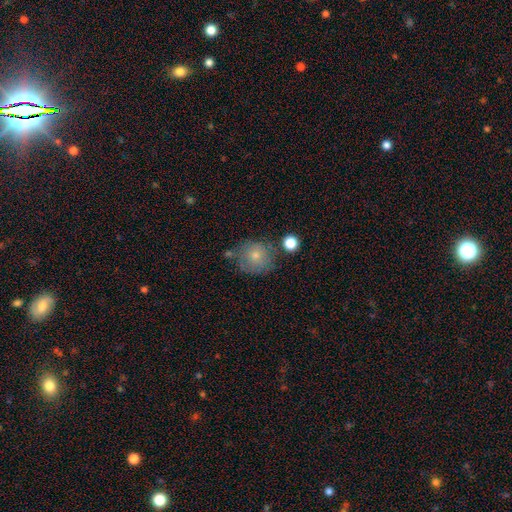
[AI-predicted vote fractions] smooth-or-featured: smooth: 74% | featured or disk: 17% | star or artifact: 9%
  how-rounded: round: 87% | in between: 12% | cigar-shaped: 1%
  merging: none: 64% | minor disturbance: 21% | merger: 8% | major disturbance: 7%